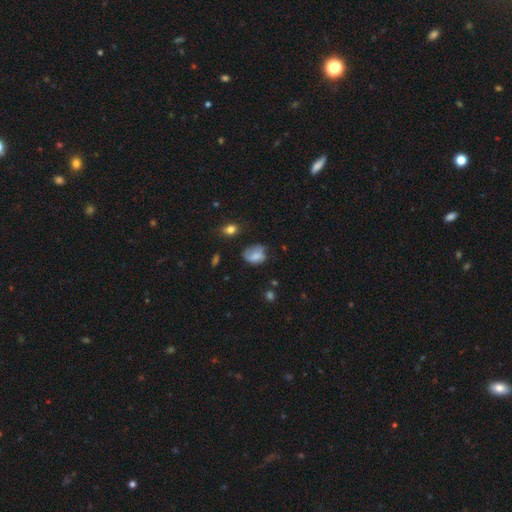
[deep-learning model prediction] The model was most divided on "merging": none: 44%, minor disturbance: 35%, major disturbance: 18%, merger: 3%. More confident: smooth or featured — smooth (67%); how rounded — in between (63%).